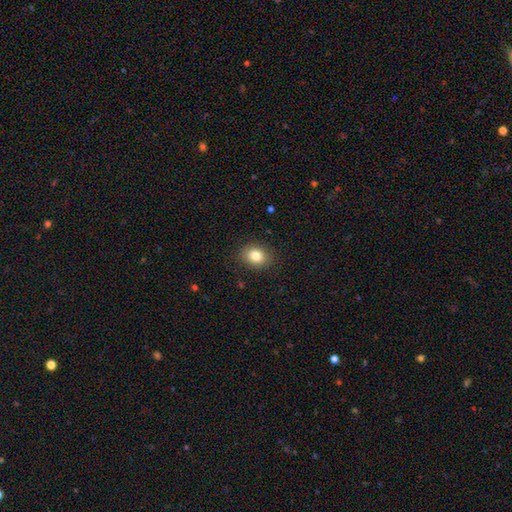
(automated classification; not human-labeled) Smooth or featured? Predicted: smooth (p=0.83). How rounded? Predicted: in between (p=0.56). Merging? Predicted: none (p=0.87).